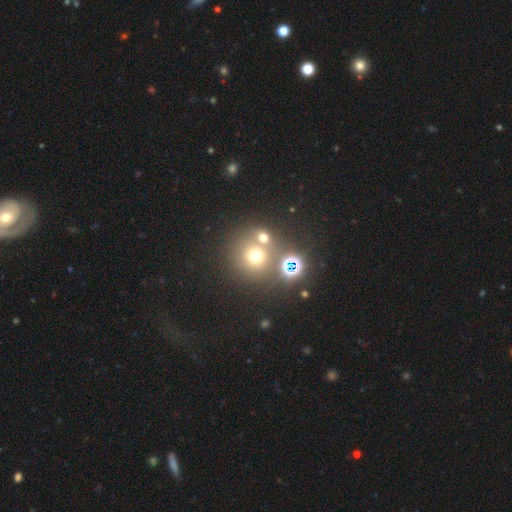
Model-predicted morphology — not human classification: smooth-or-featured: smooth: 63% | star or artifact: 26% | featured or disk: 11%
  how-rounded: round: 92% | in between: 7% | cigar-shaped: 1%
  merging: none: 63% | merger: 26% | minor disturbance: 7% | major disturbance: 4%